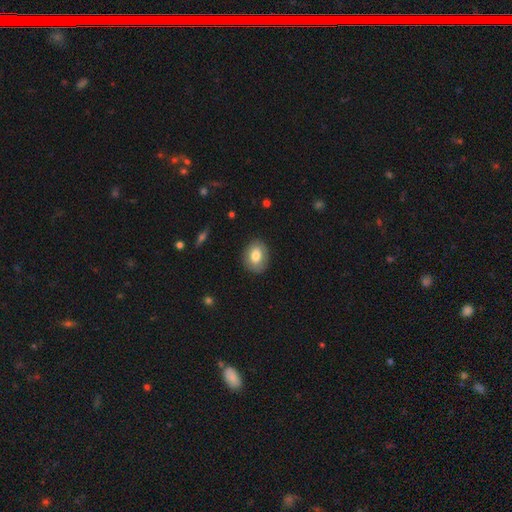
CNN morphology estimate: The model was most divided on "how rounded": in between: 63%, round: 36%, cigar-shaped: 1%. More confident: merging — none (85%); smooth or featured — smooth (73%).